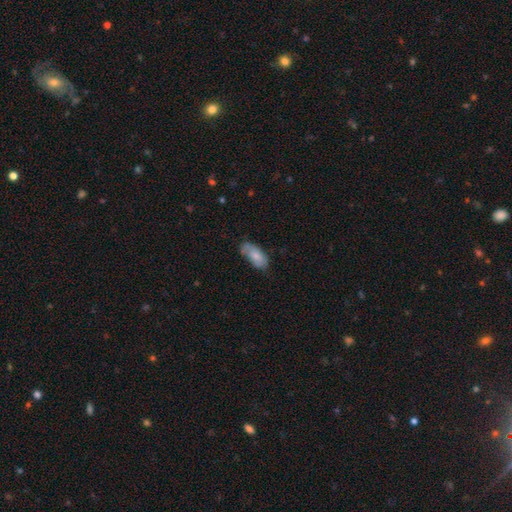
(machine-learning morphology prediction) smooth-or-featured: smooth: 72% | featured or disk: 21% | star or artifact: 6%
  how-rounded: in between: 89% | cigar-shaped: 8% | round: 2%
  merging: none: 56% | minor disturbance: 32% | major disturbance: 10% | merger: 3%